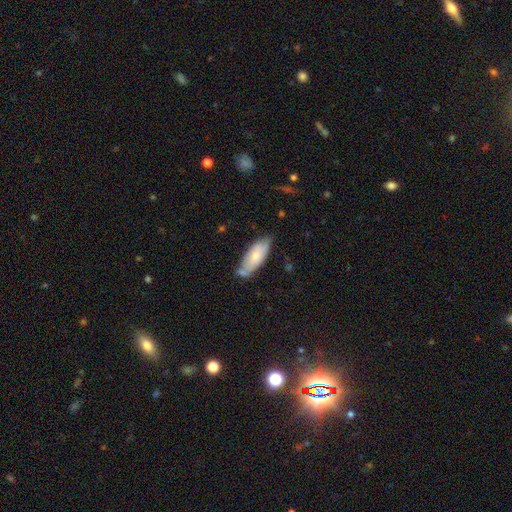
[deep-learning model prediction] smooth-or-featured: smooth: 68% | featured or disk: 26% | star or artifact: 6%
  how-rounded: in between: 78% | cigar-shaped: 20% | round: 2%
  merging: none: 59% | minor disturbance: 25% | merger: 11% | major disturbance: 5%